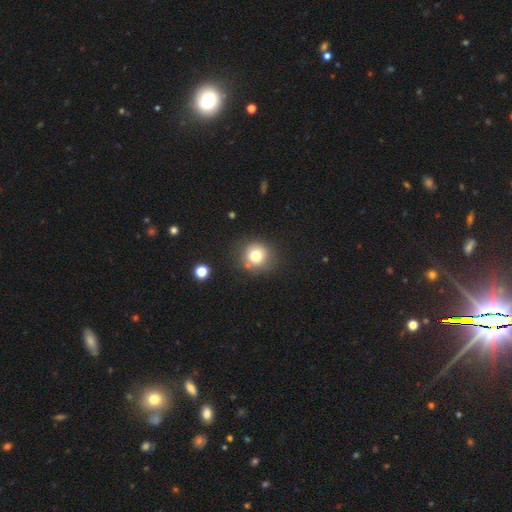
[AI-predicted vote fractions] A smooth galaxy with no disk features (77%) that is round (90%).

Vote fractions:
- Smooth or featured? smooth: 77% / star or artifact: 13% / featured or disk: 10%
- How rounded? round: 90% / in between: 9% / cigar-shaped: 1%
- Merging? none: 79% / minor disturbance: 12% / merger: 5% / major disturbance: 4%